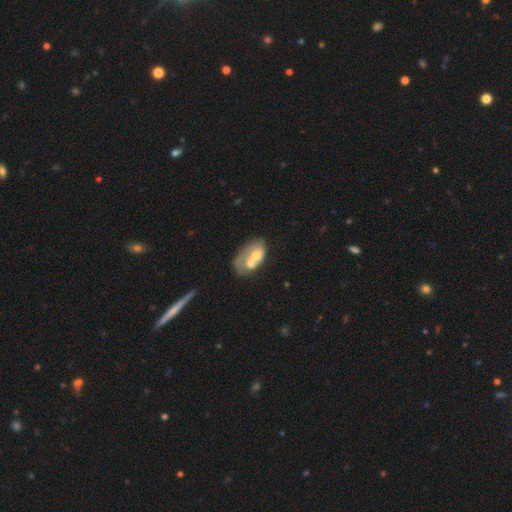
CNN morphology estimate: Smooth or featured? Predicted: smooth (p=0.48). Merging? Predicted: merger (p=0.60).